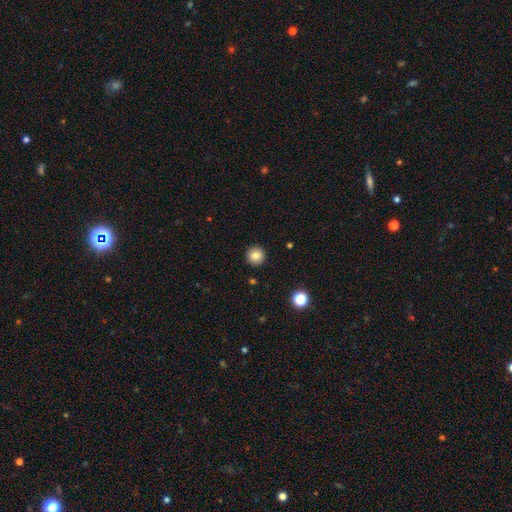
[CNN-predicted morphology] This appears to be a smooth galaxy with no disk features (84%) that is round (95%). Merging: none (92%).